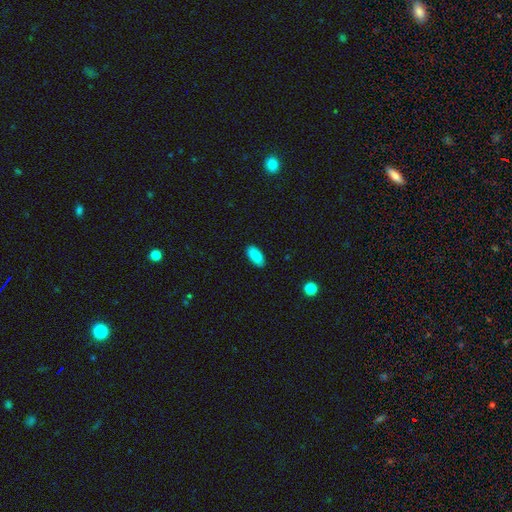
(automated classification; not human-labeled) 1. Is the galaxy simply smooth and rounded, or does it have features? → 87% smooth, 7% star or artifact, 6% featured or disk.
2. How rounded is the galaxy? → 91% in between, 7% cigar-shaped, 2% round.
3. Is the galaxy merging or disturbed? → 88% none, 9% minor disturbance, 2% major disturbance, 1% merger.